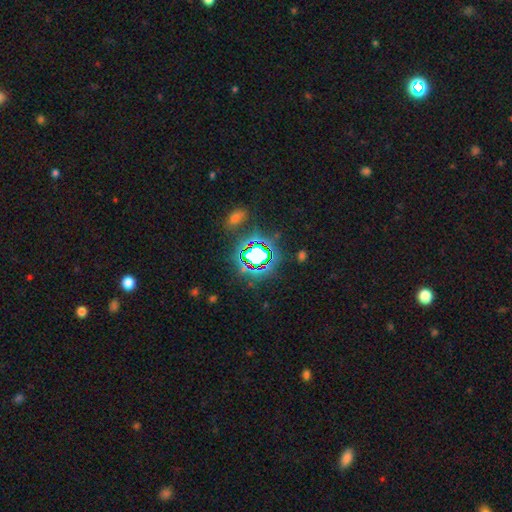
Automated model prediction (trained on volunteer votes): The model was most divided on "smooth or featured": star or artifact: 68%, smooth: 21%, featured or disk: 11%.